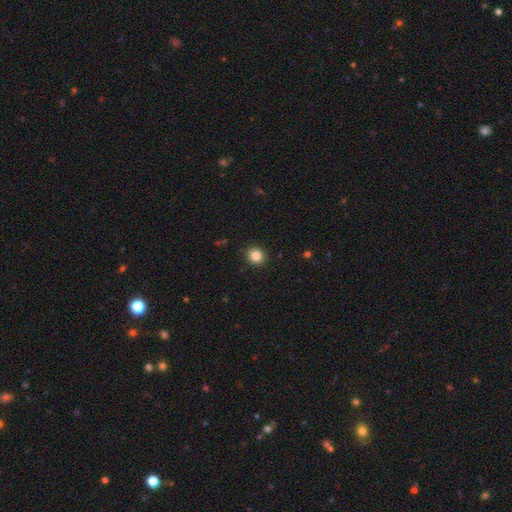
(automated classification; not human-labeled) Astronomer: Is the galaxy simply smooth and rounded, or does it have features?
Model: smooth — 84%.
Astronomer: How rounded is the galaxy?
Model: round — 83%.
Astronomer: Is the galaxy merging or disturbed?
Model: none — 91%.